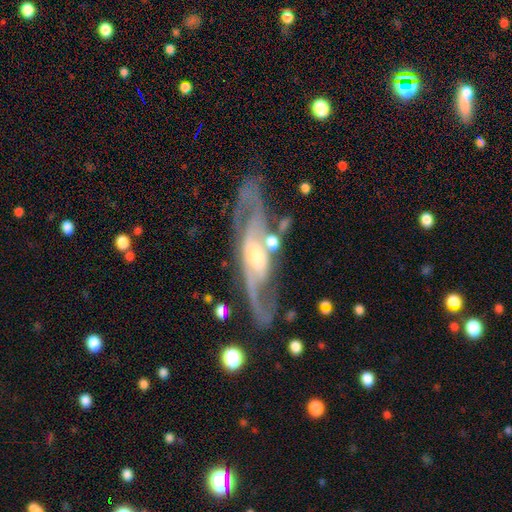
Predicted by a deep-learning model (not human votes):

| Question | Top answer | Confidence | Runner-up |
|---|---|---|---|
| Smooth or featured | featured or disk | 88% | smooth (7%) |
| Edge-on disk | no | 84% | yes (16%) |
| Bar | weak | 40% | no (33%) |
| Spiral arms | yes | 94% | no (6%) |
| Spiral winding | medium | 50% | tight (26%) |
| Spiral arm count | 2 | 85% | can't tell (7%) |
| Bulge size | moderate | 49% | small (38%) |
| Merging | none | 70% | minor disturbance (15%) |